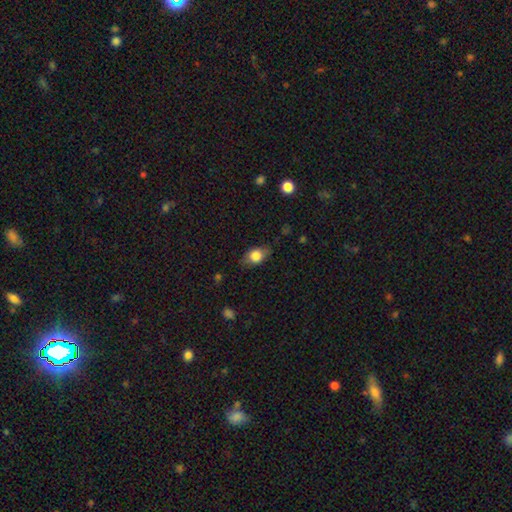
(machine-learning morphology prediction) The model was most divided on "how rounded": in between: 73%, round: 24%, cigar-shaped: 3%. More confident: smooth or featured — smooth (76%); merging — none (75%).